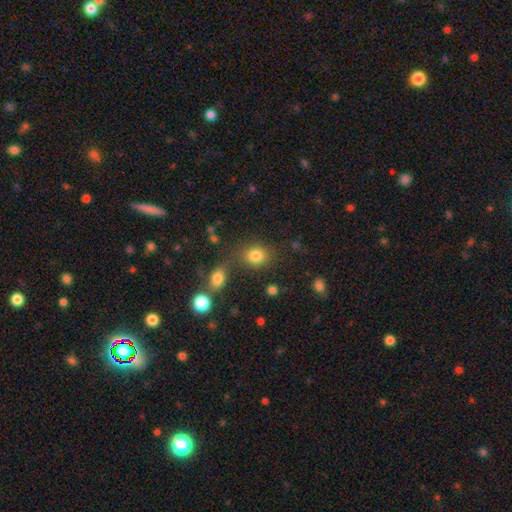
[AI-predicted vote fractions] smooth 81%, star or artifact 13%, featured or disk 7%. Down the decision tree: how rounded — round (68%); merging — none (73%).